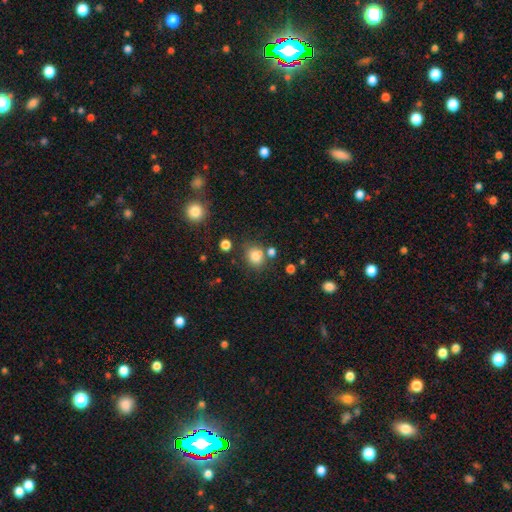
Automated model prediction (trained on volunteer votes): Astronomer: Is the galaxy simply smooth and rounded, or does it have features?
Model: smooth — 78%.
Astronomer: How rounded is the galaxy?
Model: round — 67%.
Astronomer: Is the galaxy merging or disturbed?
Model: none — 63%.